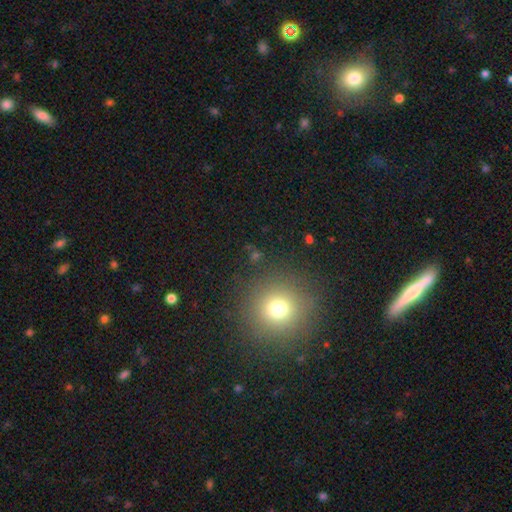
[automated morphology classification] Q: Smooth or featured?
A: smooth (63%); runner-up: star or artifact (27%)
Q: How rounded?
A: round (90%); runner-up: in between (9%)
Q: Merging?
A: none (87%); runner-up: minor disturbance (7%)